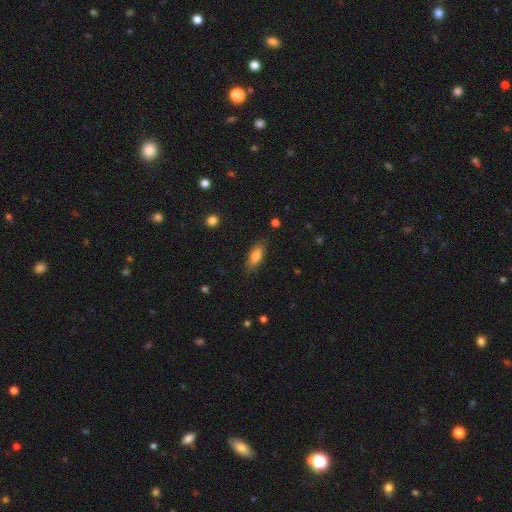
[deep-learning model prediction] This appears to be a smooth galaxy with no disk features (81%) that is in between round and cigar-shaped (66%). Merging: none (83%).